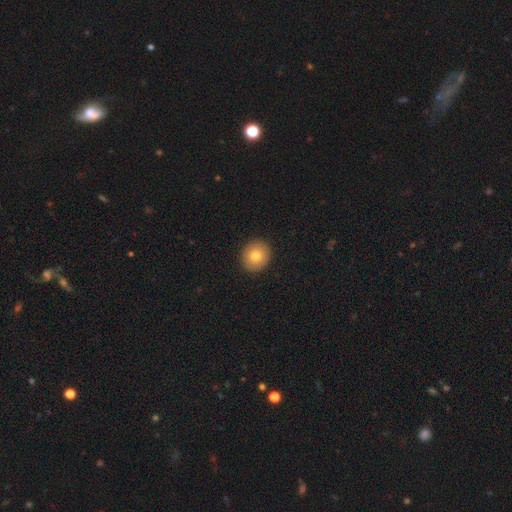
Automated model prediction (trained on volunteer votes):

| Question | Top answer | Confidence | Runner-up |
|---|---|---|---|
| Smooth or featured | smooth | 79% | featured or disk (12%) |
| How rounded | round | 79% | in between (20%) |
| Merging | none | 92% | minor disturbance (5%) |